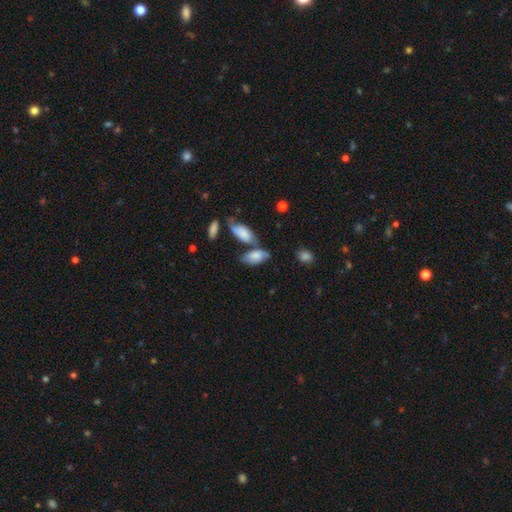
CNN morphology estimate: This is likely a smooth galaxy (70%). How rounded: clearly in between (90%). Merging: marginally none (37%).